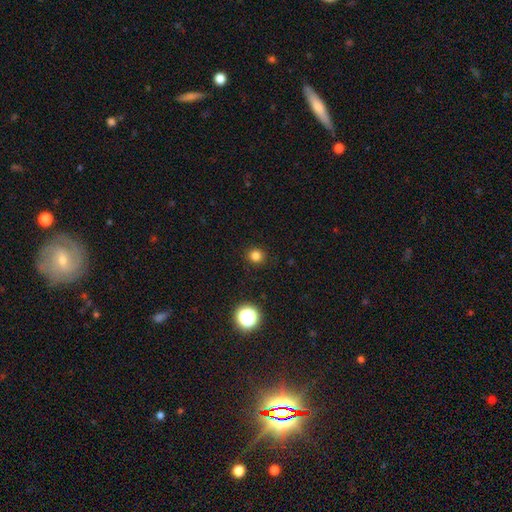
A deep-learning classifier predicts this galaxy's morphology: smooth_or_featured: smooth (p=0.80) [alt: star or artifact p=0.15]
how_rounded: round (p=0.90) [alt: in between p=0.09]
merging: none (p=0.91) [alt: minor disturbance p=0.06]